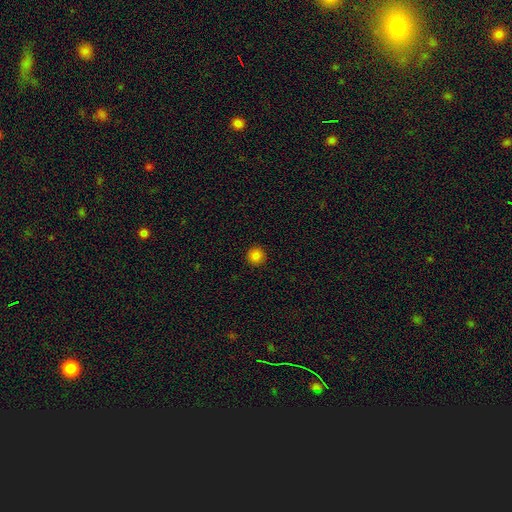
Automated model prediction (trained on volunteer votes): This is clearly a smooth galaxy (84%). How rounded: clearly round (96%). Merging: clearly none (93%).